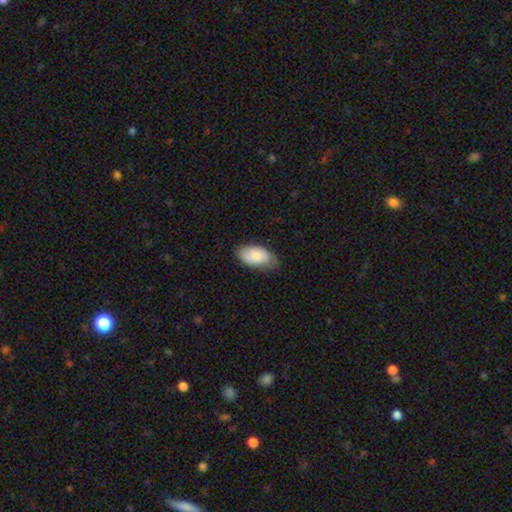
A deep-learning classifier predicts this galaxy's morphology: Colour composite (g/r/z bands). It shows a smooth galaxy with no disk features (78%) that is in between round and cigar-shaped (95%). Merging: none (63%).